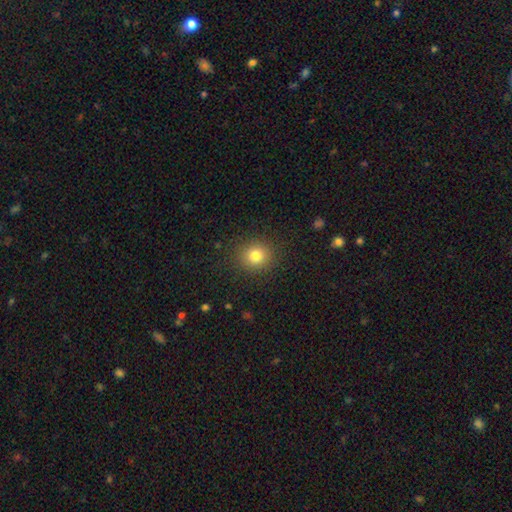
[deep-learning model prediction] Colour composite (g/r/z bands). It shows a smooth galaxy with no disk features (80%) that is round (85%). Merging: none (88%).